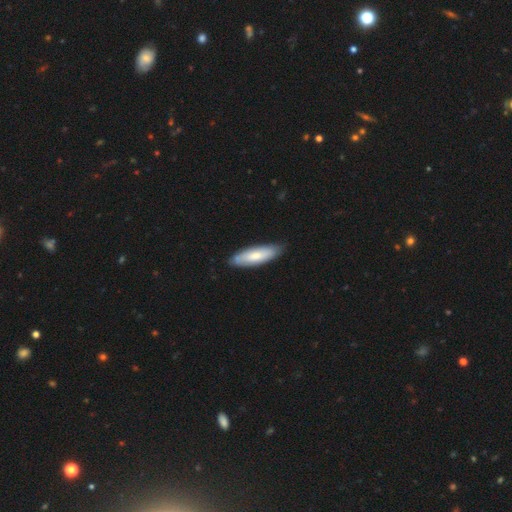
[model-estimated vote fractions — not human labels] Smooth or featured: smooth — 68% (featured or disk — 27%)
How rounded: cigar-shaped — 50% (in between — 48%)
Merging: none — 84% (minor disturbance — 12%)